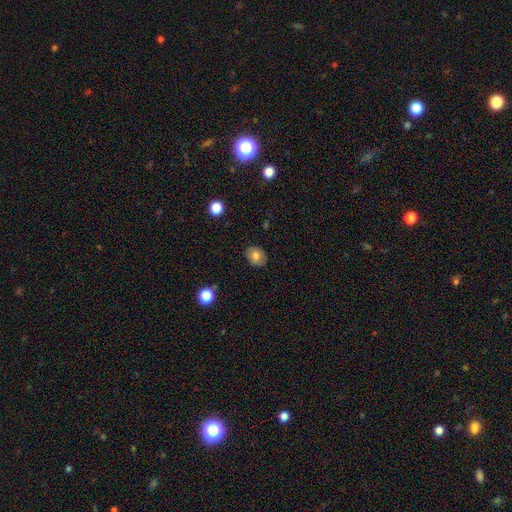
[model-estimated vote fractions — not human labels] Smooth or featured?
  - smooth: 77% *
  - featured or disk: 13%
  - star or artifact: 10%
How rounded?
  - round: 56% *
  - in between: 43%
  - cigar-shaped: 1%
Merging?
  - none: 85% *
  - minor disturbance: 12%
  - major disturbance: 2%
  - merger: 1%